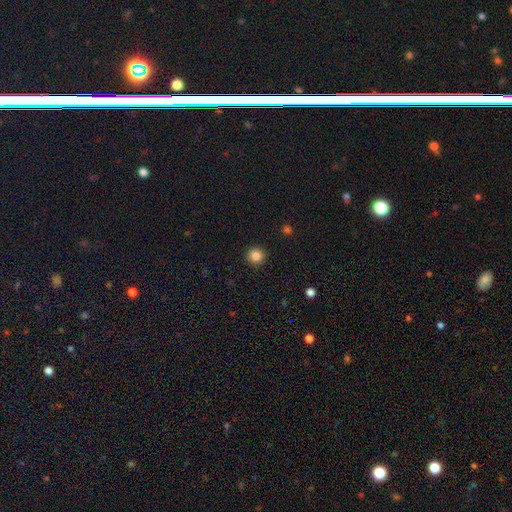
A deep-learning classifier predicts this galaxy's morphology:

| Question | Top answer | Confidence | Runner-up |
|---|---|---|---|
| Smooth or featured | smooth | 84% | star or artifact (11%) |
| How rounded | round | 94% | in between (5%) |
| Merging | none | 93% | minor disturbance (5%) |